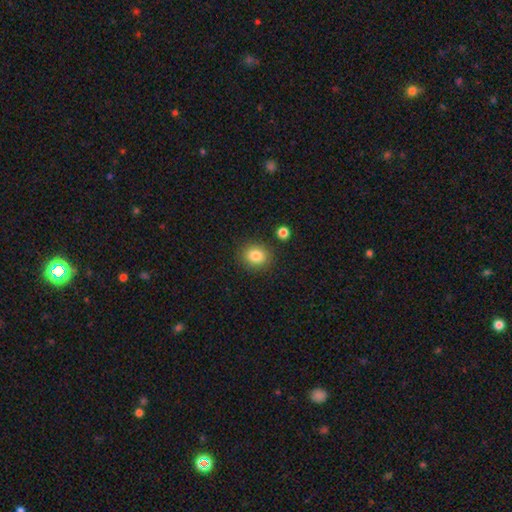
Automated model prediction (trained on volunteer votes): This is clearly a smooth galaxy (84%). How rounded: likely round (74%). Merging: clearly none (86%).